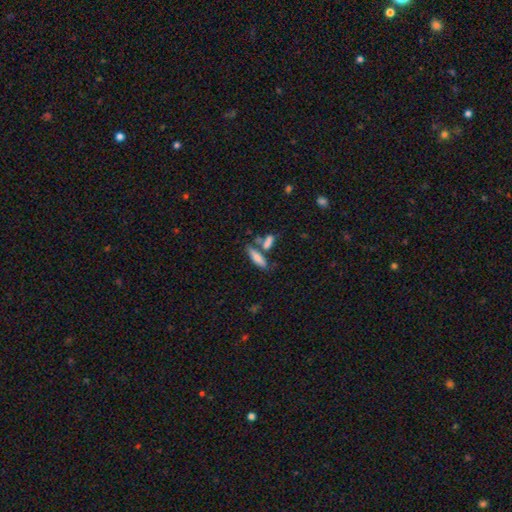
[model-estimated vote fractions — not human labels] A smooth galaxy with no disk features (78%) that is cigar-shaped (56%).

Vote fractions:
- Smooth or featured? smooth: 78% / featured or disk: 15% / star or artifact: 7%
- How rounded? cigar-shaped: 56% / in between: 41% / round: 3%
- Merging? none: 55% / merger: 28% / minor disturbance: 12% / major disturbance: 5%